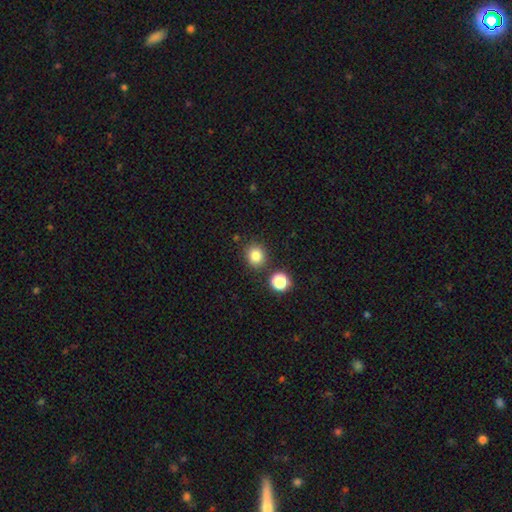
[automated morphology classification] Smooth or featured? smooth (82%)
How rounded? round (82%)
Merging? none (84%)